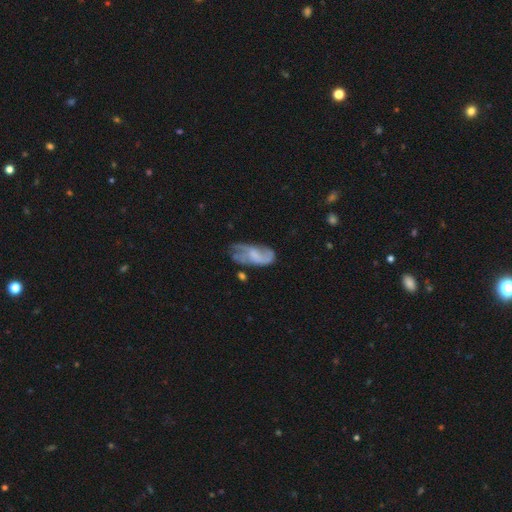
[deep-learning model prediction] Morphology: type=featured or disk (61%); edge-on=no (95%); bar=no (60%); spiral arms=yes (76%); bulge=none (41%); merging=none (41%).